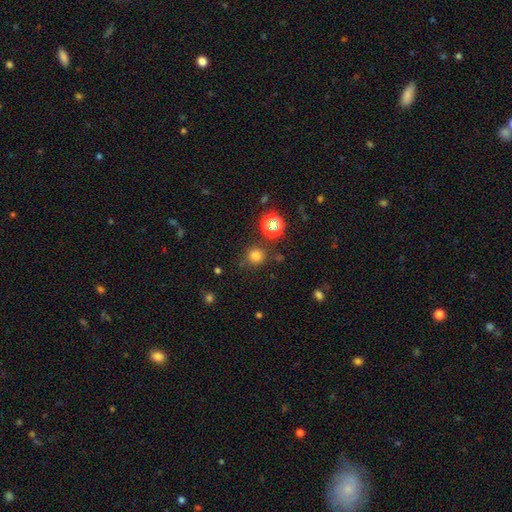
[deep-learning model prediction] A smooth galaxy with no disk features (75%) that is round (91%).

Vote fractions:
- Smooth or featured? smooth: 75% / star or artifact: 20% / featured or disk: 5%
- How rounded? round: 91% / in between: 8% / cigar-shaped: 1%
- Merging? none: 82% / minor disturbance: 9% / merger: 5% / major disturbance: 4%